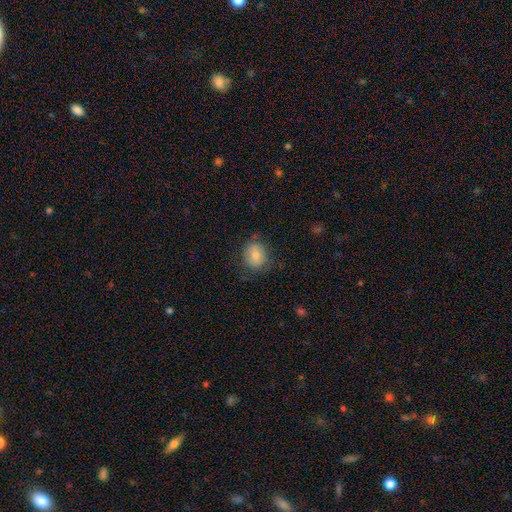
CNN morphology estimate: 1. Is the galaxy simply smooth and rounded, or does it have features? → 73% smooth, 18% featured or disk, 9% star or artifact.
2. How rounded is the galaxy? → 63% round, 36% in between, 1% cigar-shaped.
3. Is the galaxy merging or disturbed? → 73% none, 19% minor disturbance, 7% major disturbance, 1% merger.